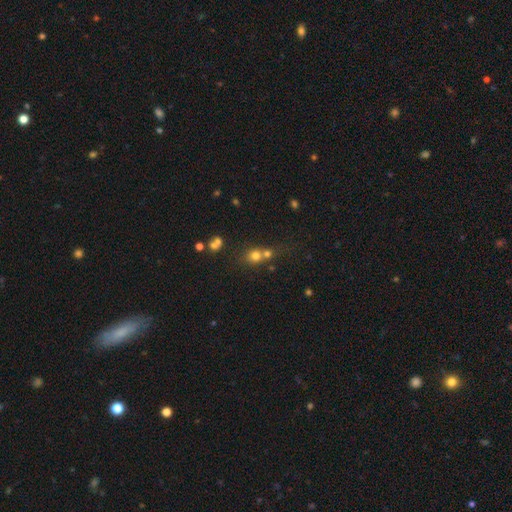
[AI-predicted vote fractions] The model was most divided on "merging": merger: 47%, none: 40%, minor disturbance: 8%, major disturbance: 4%. More confident: how rounded — round (79%); smooth or featured — smooth (70%).